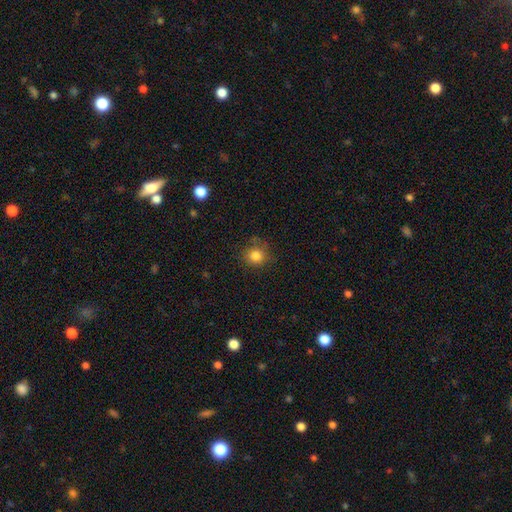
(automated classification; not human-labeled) Smooth or featured? Predicted: smooth (p=0.82). How rounded? Predicted: round (p=0.86). Merging? Predicted: none (p=0.77).